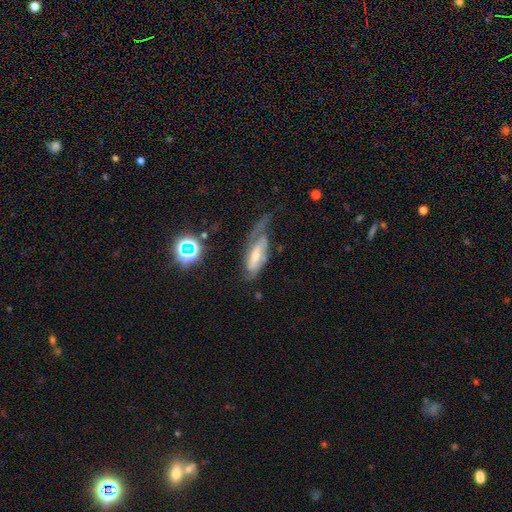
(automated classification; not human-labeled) Smooth or featured: featured or disk — 70% (smooth — 22%)
Edge-on disk: no — 85% (yes — 15%)
Bar: weak — 38% (no — 37%)
Spiral arms: yes — 87% (no — 13%)
Spiral winding: medium — 41% (tight — 31%)
Spiral arm count: 2 — 51% (1 — 26%)
Bulge size: moderate — 50% (small — 36%)
Merging: major disturbance — 40% (none — 32%)